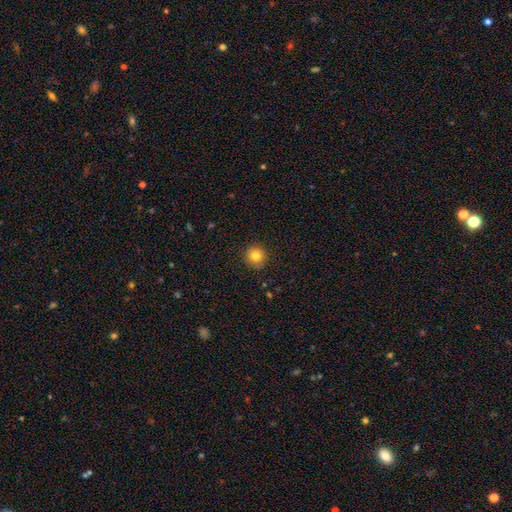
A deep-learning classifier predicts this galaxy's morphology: The model was most divided on "smooth or featured": smooth: 81%, star or artifact: 11%, featured or disk: 8%. More confident: how rounded — round (94%); merging — none (89%).